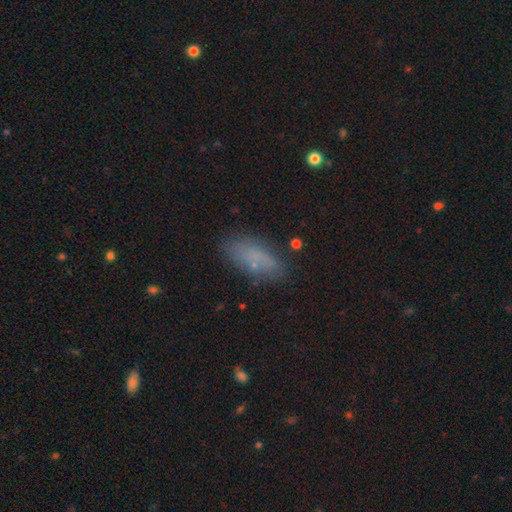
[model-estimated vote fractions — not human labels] Smooth or featured: smooth — 71% (featured or disk — 16%)
How rounded: in between — 78% (cigar-shaped — 19%)
Merging: none — 76% (minor disturbance — 16%)